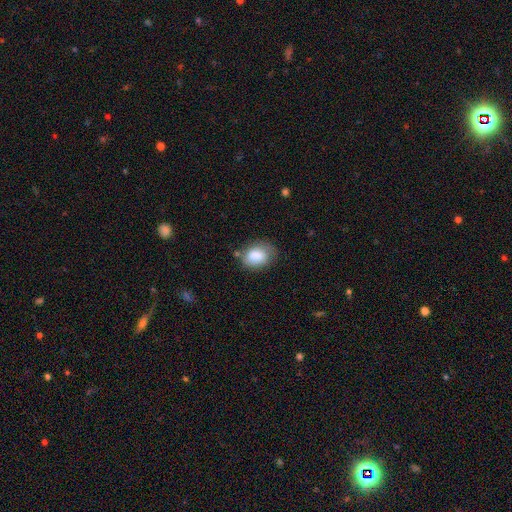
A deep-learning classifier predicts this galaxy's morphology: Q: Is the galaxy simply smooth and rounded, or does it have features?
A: smooth — 82%.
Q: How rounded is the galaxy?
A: in between — 72%.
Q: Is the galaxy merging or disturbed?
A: none — 58%.